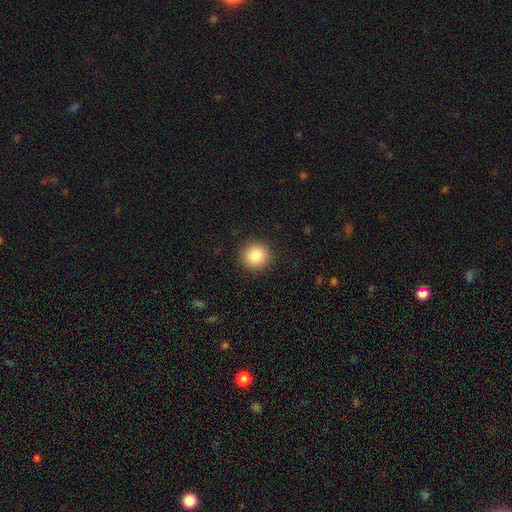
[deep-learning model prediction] smooth 85%, star or artifact 9%, featured or disk 6%. Down the decision tree: how rounded — round (94%); merging — none (92%).